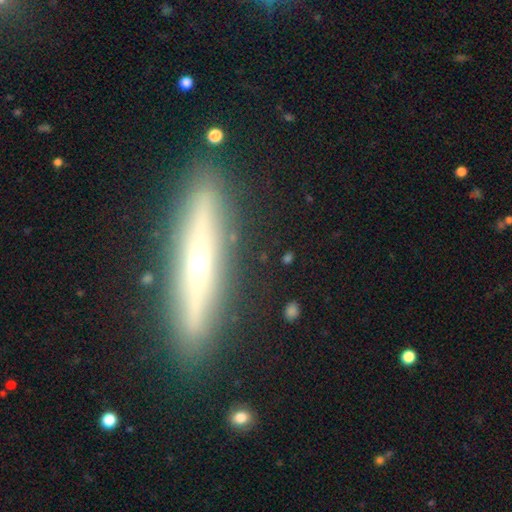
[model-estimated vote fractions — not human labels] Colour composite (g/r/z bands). It shows a featured or disk galaxy (65%) viewed edge-on (87%) with a rounded central bulge (75%). Merging: none (88%).